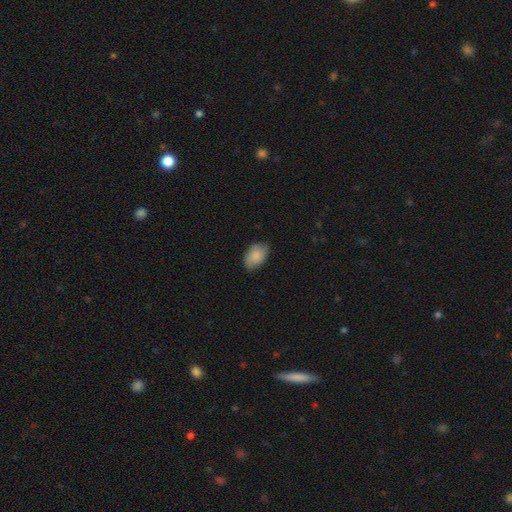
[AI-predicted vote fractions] The model was most divided on "merging": none: 78%, minor disturbance: 18%, major disturbance: 3%, merger: 1%. More confident: how rounded — in between (89%); smooth or featured — smooth (83%).